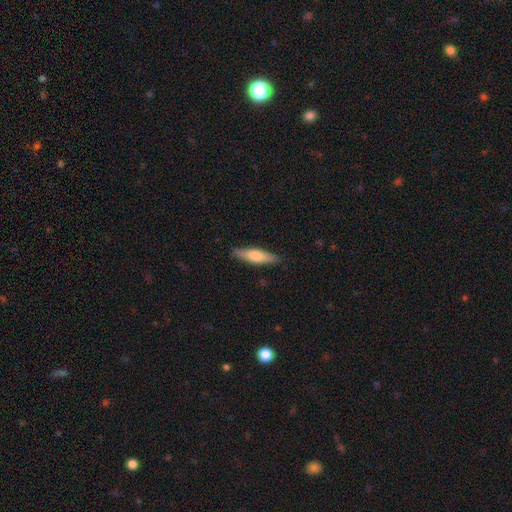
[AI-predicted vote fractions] Smooth or featured?
  - smooth: 61% *
  - featured or disk: 33%
  - star or artifact: 5%
How rounded?
  - cigar-shaped: 69% *
  - in between: 30%
  - round: 2%
Merging?
  - none: 88% *
  - minor disturbance: 9%
  - major disturbance: 2%
  - merger: 1%